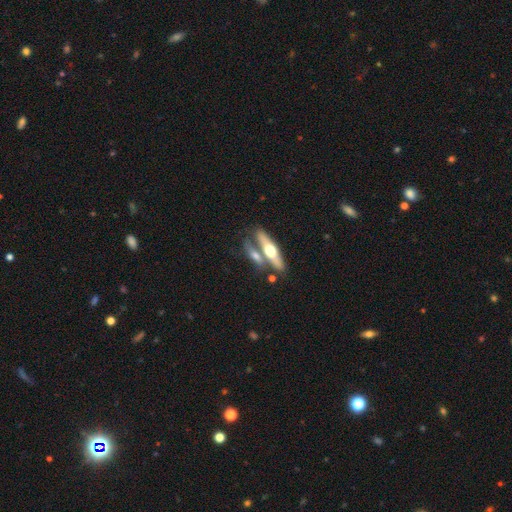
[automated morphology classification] smooth_or_featured: featured or disk (p=0.58) [alt: smooth p=0.26]
disk_edge_on: yes (p=0.62) [alt: no p=0.38]
merging: none (p=0.57) [alt: merger p=0.22]